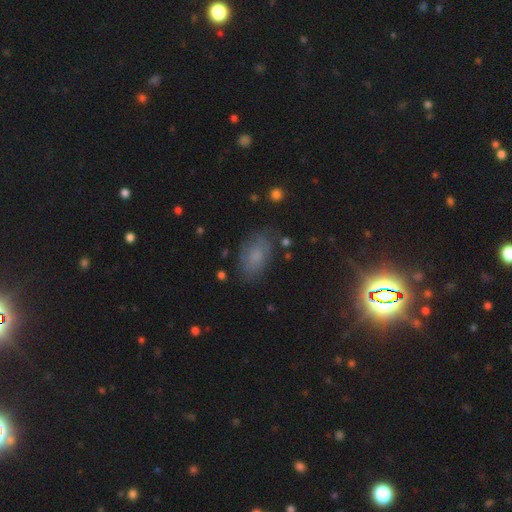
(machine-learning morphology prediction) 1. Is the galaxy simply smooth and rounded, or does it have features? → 58% smooth, 23% featured or disk, 19% star or artifact.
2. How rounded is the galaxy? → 90% in between, 8% round, 2% cigar-shaped.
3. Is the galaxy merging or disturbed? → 73% none, 18% minor disturbance, 6% major disturbance, 2% merger.